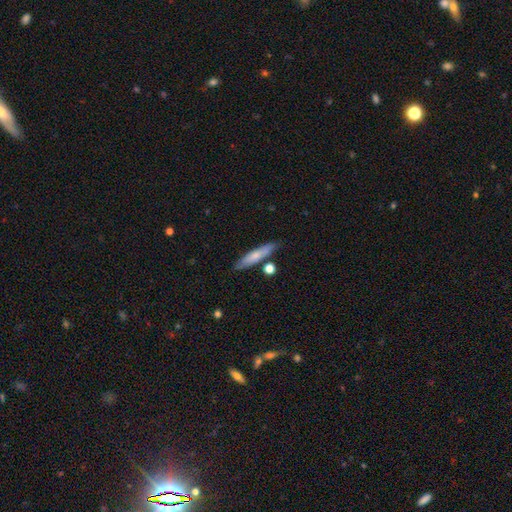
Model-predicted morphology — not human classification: A smooth galaxy with no disk features (67%) that is cigar-shaped (85%).

Vote fractions:
- Smooth or featured? smooth: 67% / featured or disk: 27% / star or artifact: 6%
- How rounded? cigar-shaped: 85% / in between: 13% / round: 2%
- Merging? none: 78% / minor disturbance: 13% / merger: 7% / major disturbance: 3%